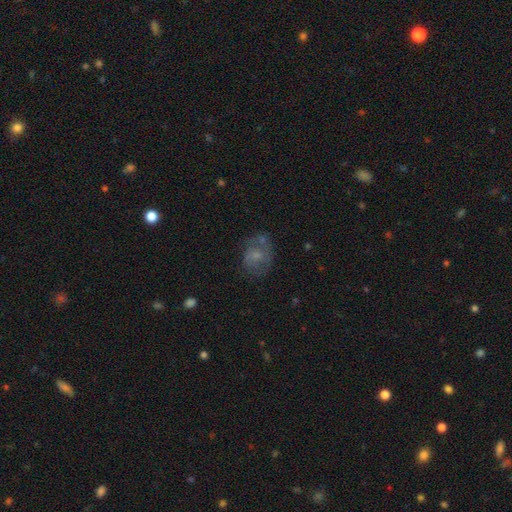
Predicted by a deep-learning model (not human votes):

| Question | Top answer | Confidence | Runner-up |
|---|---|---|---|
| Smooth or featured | smooth | 52% | featured or disk (38%) |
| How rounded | in between | 50% | round (48%) |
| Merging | none | 46% | minor disturbance (25%) |